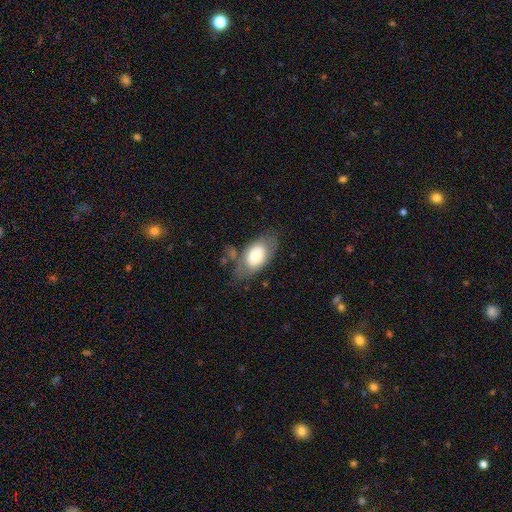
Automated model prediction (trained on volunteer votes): Smooth or featured? Predicted: smooth (p=0.70). How rounded? Predicted: in between (p=0.92). Merging? Predicted: none (p=0.65).